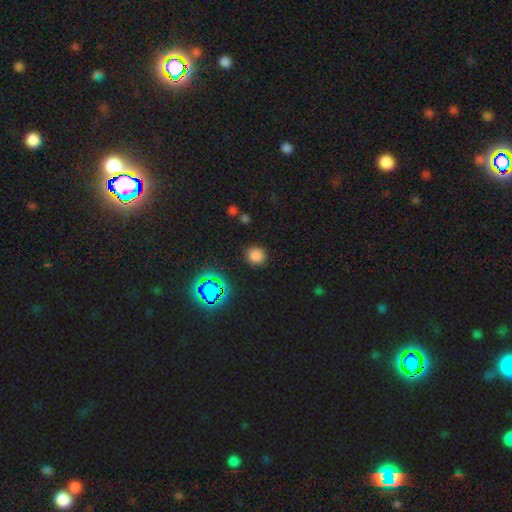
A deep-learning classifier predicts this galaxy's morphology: A smooth galaxy with no disk features (77%) that is round (84%).

Vote fractions:
- Smooth or featured? smooth: 77% / star or artifact: 18% / featured or disk: 5%
- How rounded? round: 84% / in between: 15% / cigar-shaped: 1%
- Merging? none: 88% / minor disturbance: 8% / major disturbance: 3% / merger: 2%